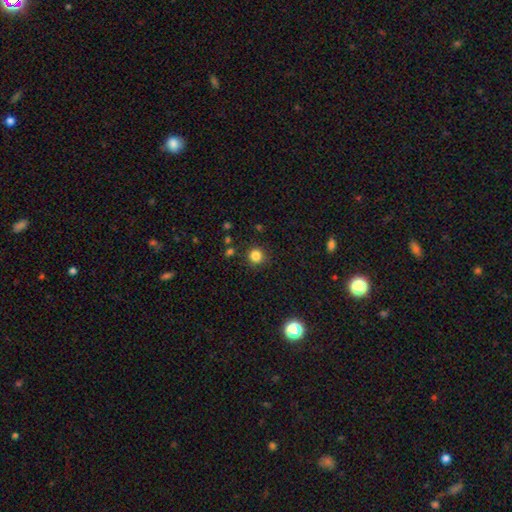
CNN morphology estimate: Smooth or featured? Predicted: smooth (p=0.84). How rounded? Predicted: round (p=0.93). Merging? Predicted: none (p=0.89).